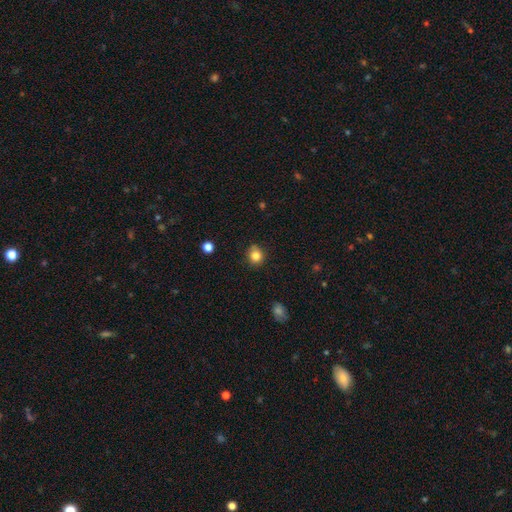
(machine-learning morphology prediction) Smooth or featured: smooth — 83% (star or artifact — 11%)
How rounded: round — 79% (in between — 20%)
Merging: none — 82% (minor disturbance — 14%)